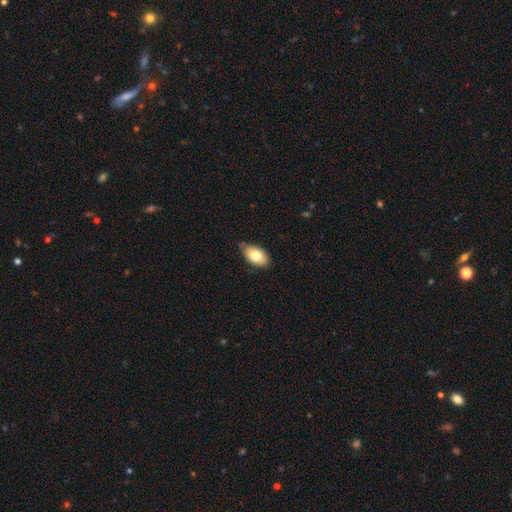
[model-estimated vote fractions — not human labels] Smooth or featured? Predicted: smooth (p=0.77). How rounded? Predicted: in between (p=0.93). Merging? Predicted: none (p=0.73).